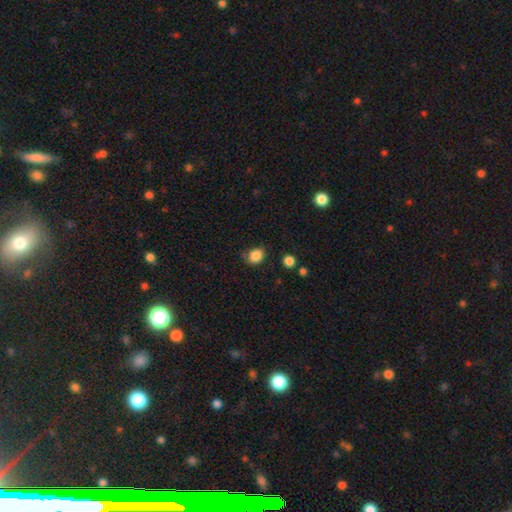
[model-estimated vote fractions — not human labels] smooth_or_featured: smooth (p=0.85) [alt: star or artifact p=0.10]
how_rounded: round (p=0.50) [alt: in between p=0.49]
merging: none (p=0.68) [alt: minor disturbance p=0.23]